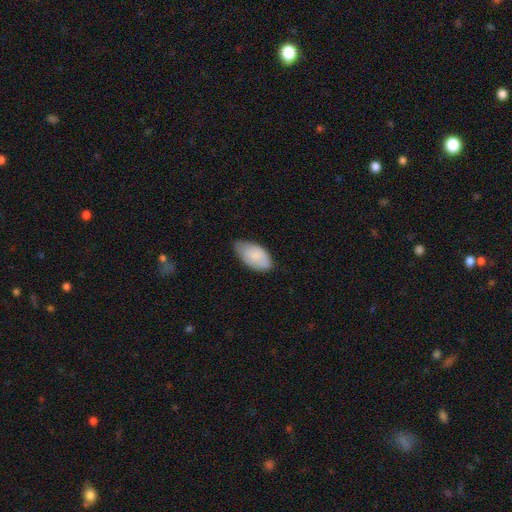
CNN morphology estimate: A smooth galaxy with no disk features (85%) that is in between round and cigar-shaped (96%). Merging: none (62%).